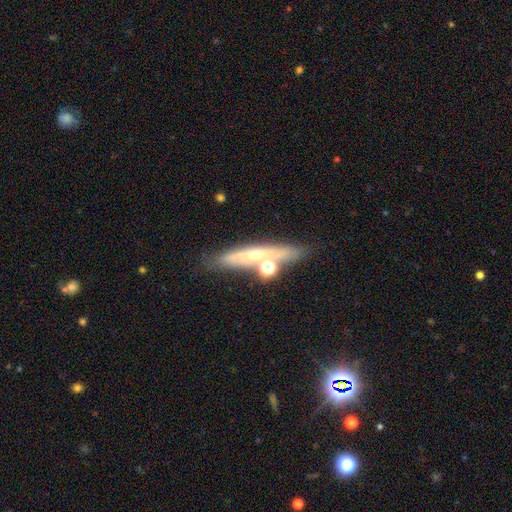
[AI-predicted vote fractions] Smooth or featured?
  - featured or disk: 47% *
  - smooth: 37%
  - star or artifact: 15%
Merging?
  - none: 66% *
  - merger: 16%
  - minor disturbance: 13%
  - major disturbance: 5%